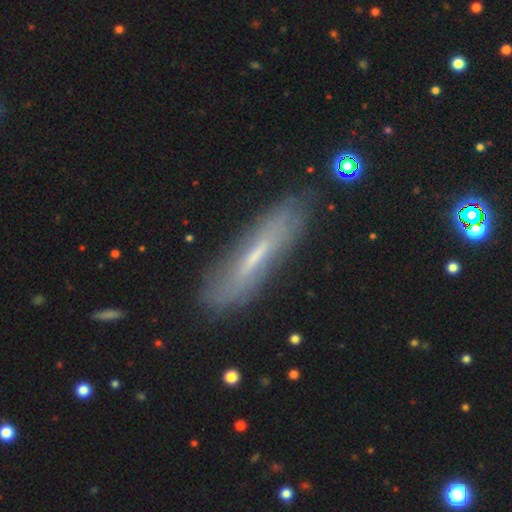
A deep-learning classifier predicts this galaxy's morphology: The model was most divided on "smooth or featured": featured or disk: 50%, smooth: 41%, star or artifact: 8%. More confident: merging — none (76%); edge-on disk — yes (58%).